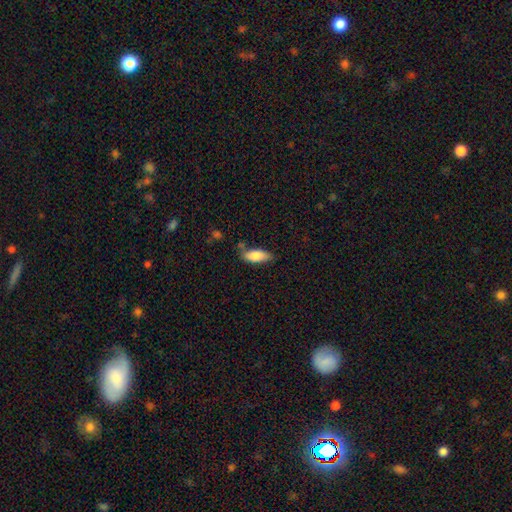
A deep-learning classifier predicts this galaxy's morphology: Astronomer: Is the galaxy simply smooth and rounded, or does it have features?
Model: smooth — 83%.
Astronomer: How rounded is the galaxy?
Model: in between — 78%.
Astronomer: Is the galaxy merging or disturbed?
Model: none — 67%.